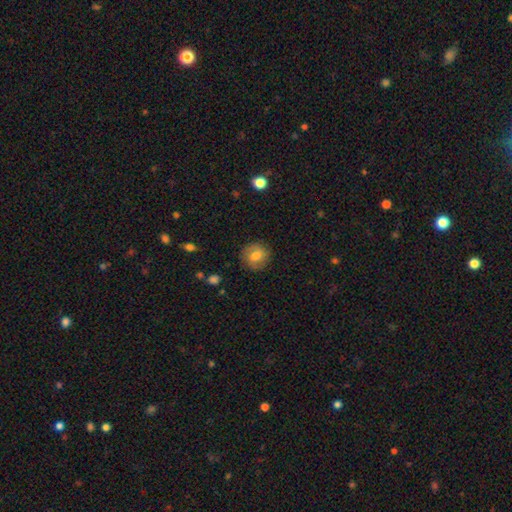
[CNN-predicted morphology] smooth 66%, featured or disk 25%, star or artifact 9%. Down the decision tree: how rounded — round (85%); merging — none (84%).